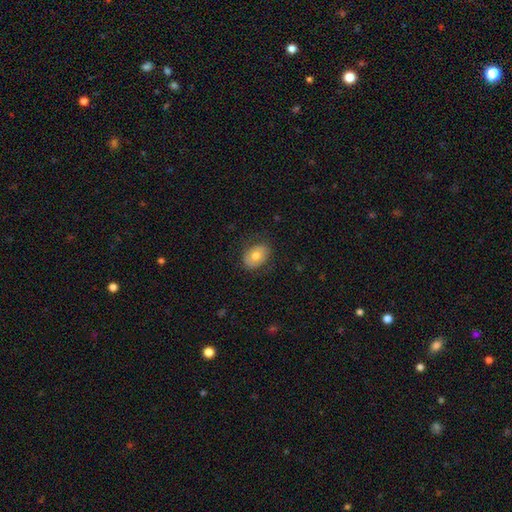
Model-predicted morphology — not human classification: This is likely a smooth galaxy (71%). How rounded: likely in between (73%). Merging: likely none (78%).